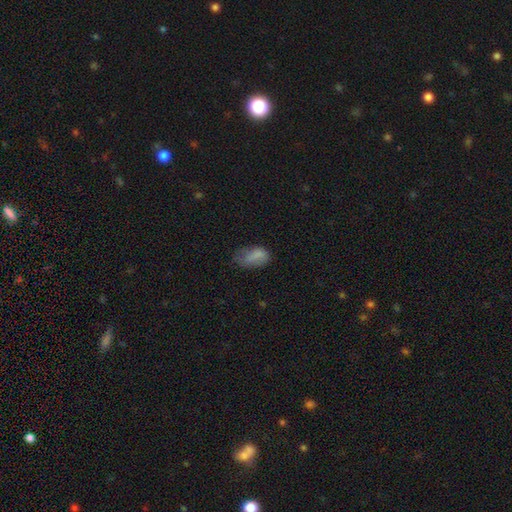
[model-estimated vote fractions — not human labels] smooth-or-featured: smooth: 76% | featured or disk: 14% | star or artifact: 10%
  how-rounded: in between: 90% | round: 7% | cigar-shaped: 3%
  merging: none: 38% | minor disturbance: 36% | major disturbance: 23% | merger: 3%